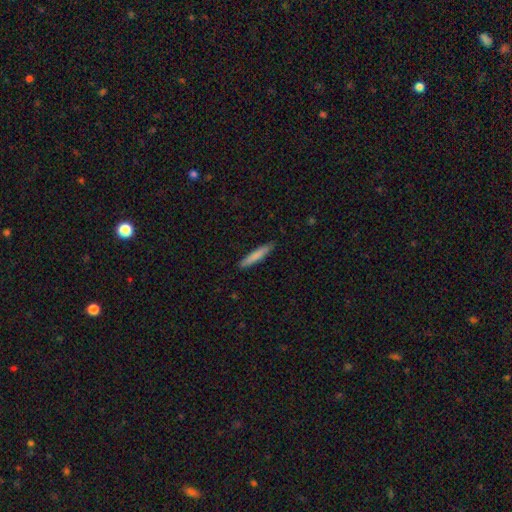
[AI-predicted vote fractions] smooth_or_featured: smooth (p=0.80) [alt: featured or disk p=0.14]
how_rounded: cigar-shaped (p=0.93) [alt: in between p=0.06]
merging: none (p=0.89) [alt: minor disturbance p=0.08]